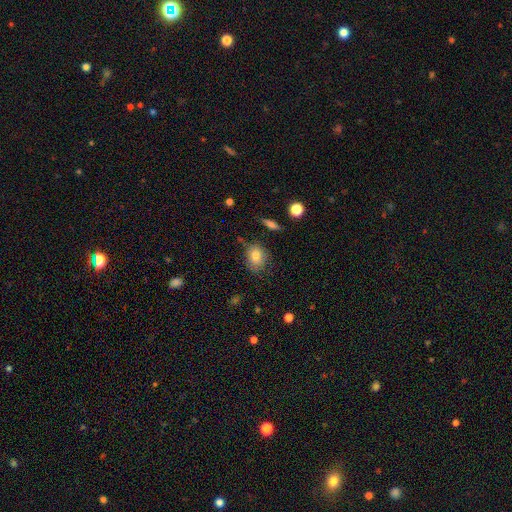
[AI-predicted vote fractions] The model was most divided on "how rounded": in between: 58%, round: 40%, cigar-shaped: 1%. More confident: smooth or featured — smooth (80%); merging — none (72%).